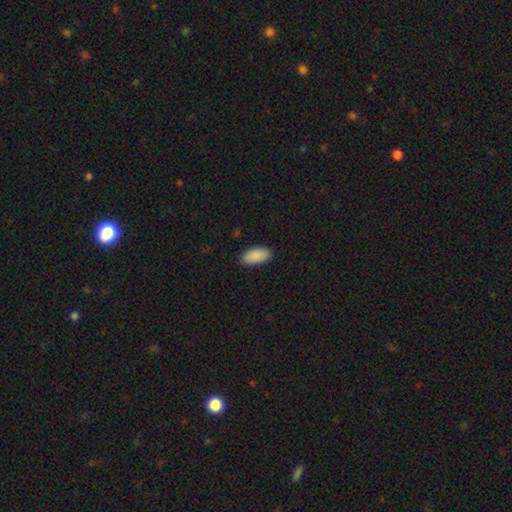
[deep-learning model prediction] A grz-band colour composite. It shows a smooth galaxy with no disk features (91%) that is in between round and cigar-shaped (94%). Merging: none (88%).